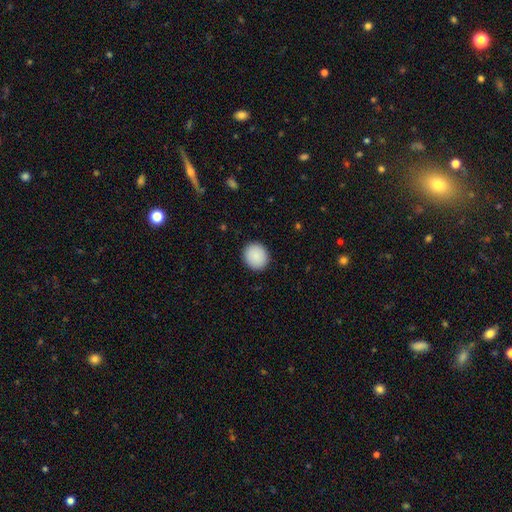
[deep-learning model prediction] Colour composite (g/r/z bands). It shows a smooth galaxy with no disk features (90%) that is round (82%). Merging: none (92%).